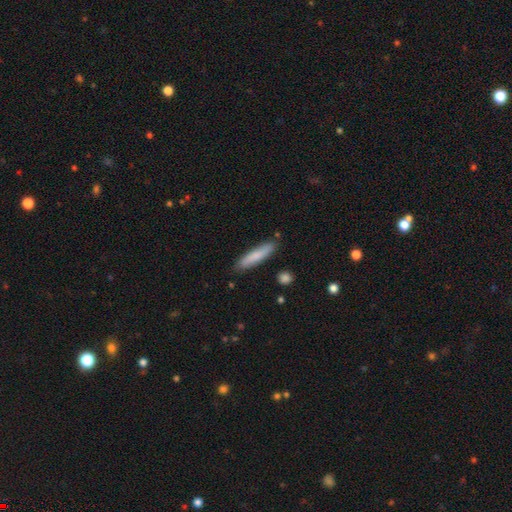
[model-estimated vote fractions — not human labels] Smooth or featured? Predicted: smooth (p=0.78). How rounded? Predicted: cigar-shaped (p=0.87). Merging? Predicted: none (p=0.86).